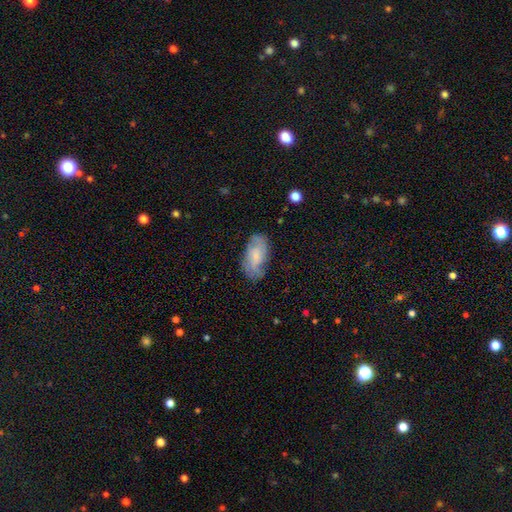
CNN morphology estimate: This appears to be a smooth galaxy with no disk features (47%). Merging: none (68%).